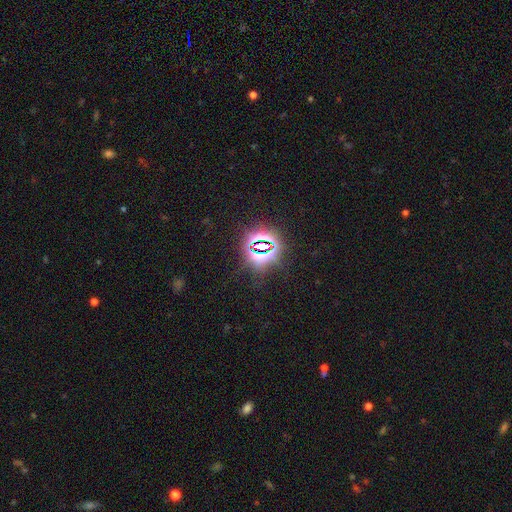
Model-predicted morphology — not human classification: The model was most divided on "smooth or featured": star or artifact: 79%, smooth: 13%, featured or disk: 7%.